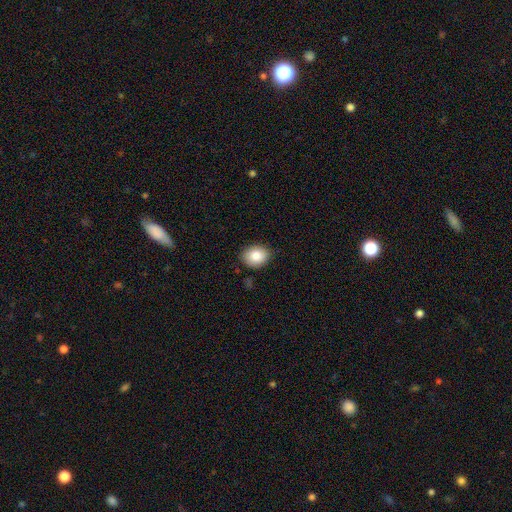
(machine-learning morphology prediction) Smooth or featured? Predicted: smooth (p=0.86). How rounded? Predicted: in between (p=0.52). Merging? Predicted: none (p=0.85).